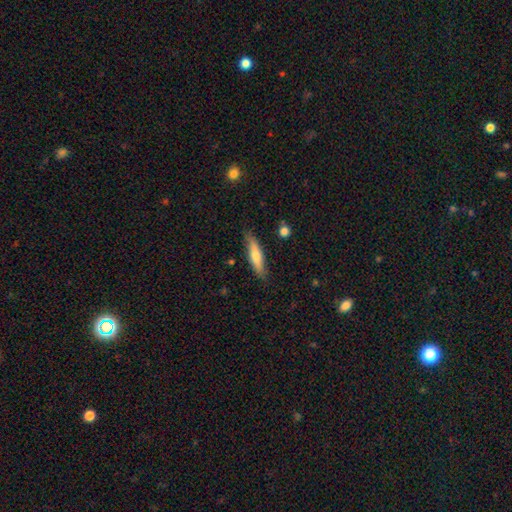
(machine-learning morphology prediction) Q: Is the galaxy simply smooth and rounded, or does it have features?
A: smooth — 59%.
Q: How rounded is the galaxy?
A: cigar-shaped — 78%.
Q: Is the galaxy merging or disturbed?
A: none — 83%.